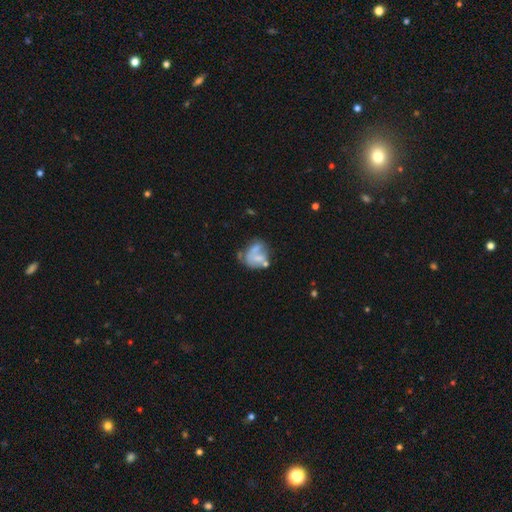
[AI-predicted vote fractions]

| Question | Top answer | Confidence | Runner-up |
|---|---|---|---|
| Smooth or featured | featured or disk | 45% | tied: smooth (45%) |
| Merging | none | 31% | minor disturbance (23%) |